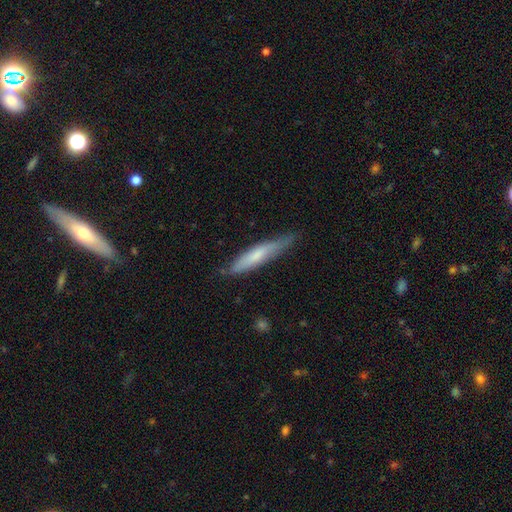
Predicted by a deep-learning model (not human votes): Morphology: type=smooth (62%); roundness=cigar-shaped (88%); merging=none (71%).